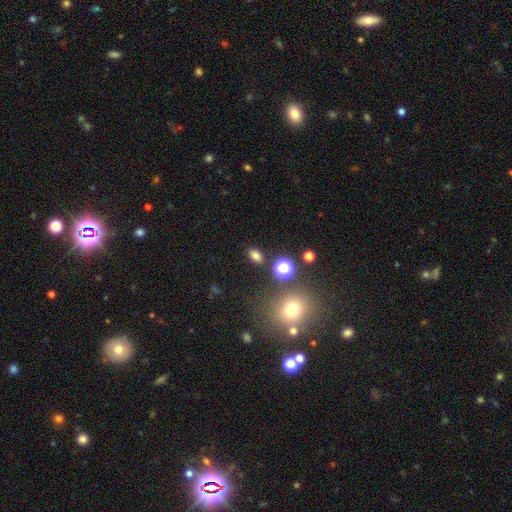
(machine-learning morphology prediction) A smooth galaxy with no disk features (74%) that is in between round and cigar-shaped (80%).

Vote fractions:
- Smooth or featured? smooth: 74% / star or artifact: 19% / featured or disk: 7%
- How rounded? in between: 80% / round: 17% / cigar-shaped: 3%
- Merging? none: 84% / minor disturbance: 9% / merger: 4% / major disturbance: 3%